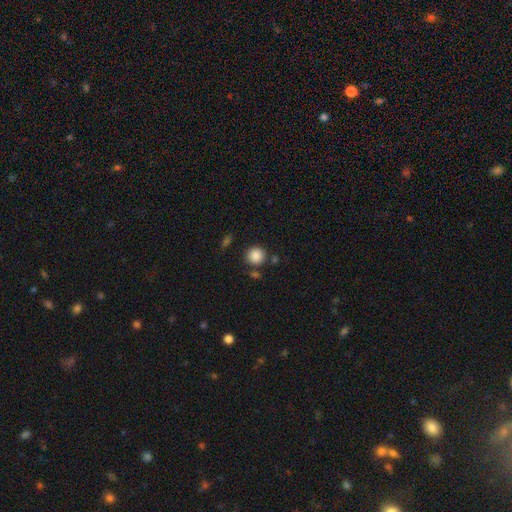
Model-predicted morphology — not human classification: Smooth or featured? Predicted: smooth (p=0.87). How rounded? Predicted: round (p=0.91). Merging? Predicted: none (p=0.80).